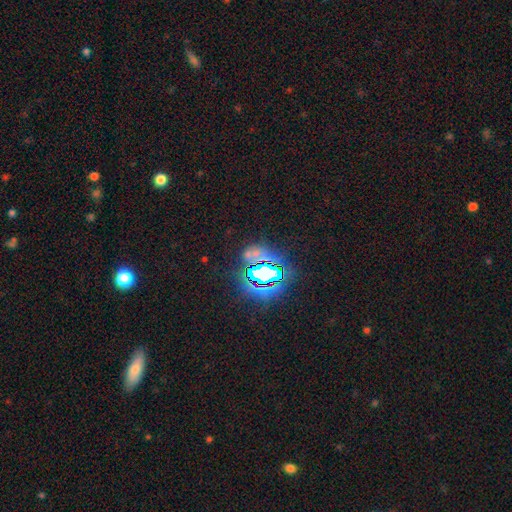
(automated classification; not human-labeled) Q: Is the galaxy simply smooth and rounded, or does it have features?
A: star or artifact — 67%.